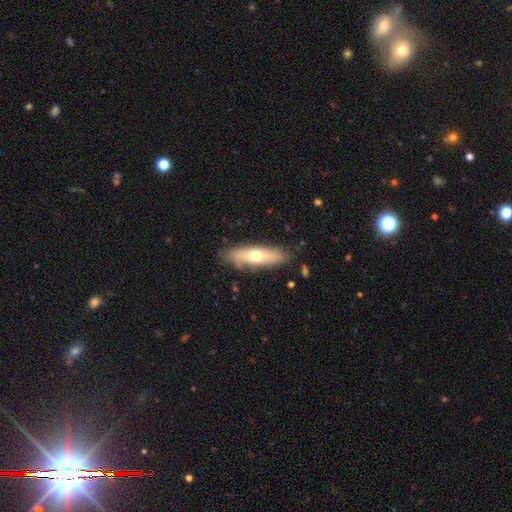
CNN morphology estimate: Overall: smooth (59%; featured or disk 35%). How rounded: cigar-shaped (55%; in between 43%). Merging: none (80%).